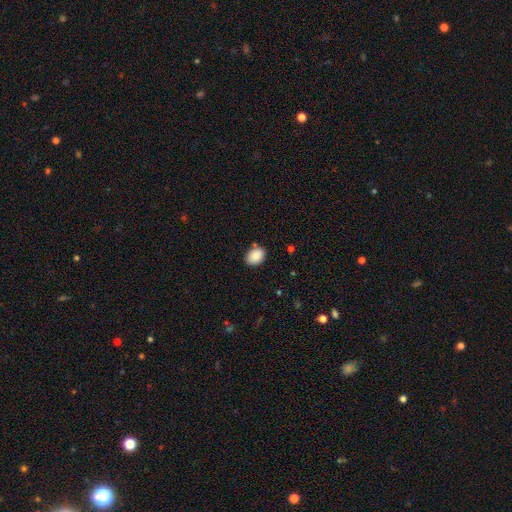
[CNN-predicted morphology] This appears to be a smooth galaxy with no disk features (86%) that is in between round and cigar-shaped (73%). Merging: none (82%).